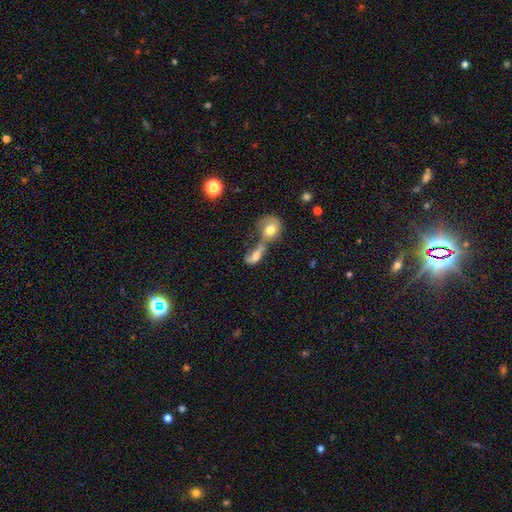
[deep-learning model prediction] A smooth galaxy with no disk features (54%) that is in between round and cigar-shaped (74%). Merging: merger (75%).